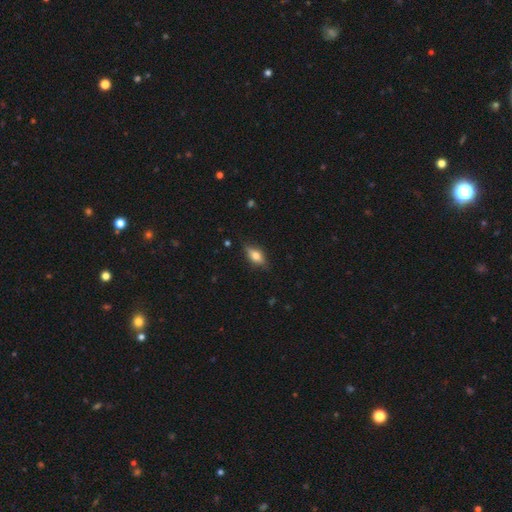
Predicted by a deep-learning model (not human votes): Overall: smooth (58%; featured or disk 34%). How rounded: in between (78%). Merging: none (79%).